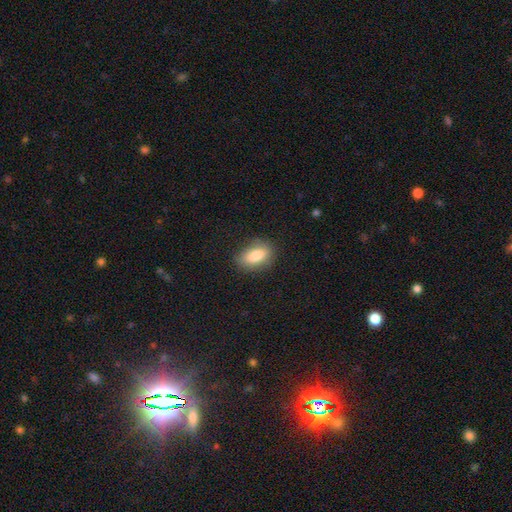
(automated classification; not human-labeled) Smooth or featured?
  - smooth: 82% *
  - featured or disk: 10%
  - star or artifact: 8%
How rounded?
  - in between: 86% *
  - round: 9%
  - cigar-shaped: 5%
Merging?
  - none: 82% *
  - minor disturbance: 14%
  - major disturbance: 3%
  - merger: 1%